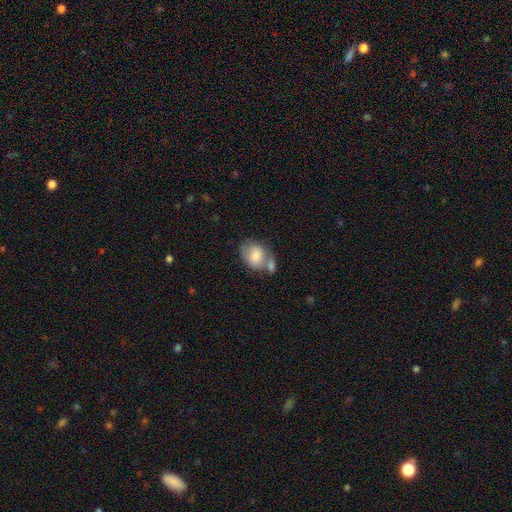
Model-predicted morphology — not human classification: Smooth or featured? Predicted: smooth (p=0.72). How rounded? Predicted: in between (p=0.71). Merging? Predicted: merger (p=0.42).